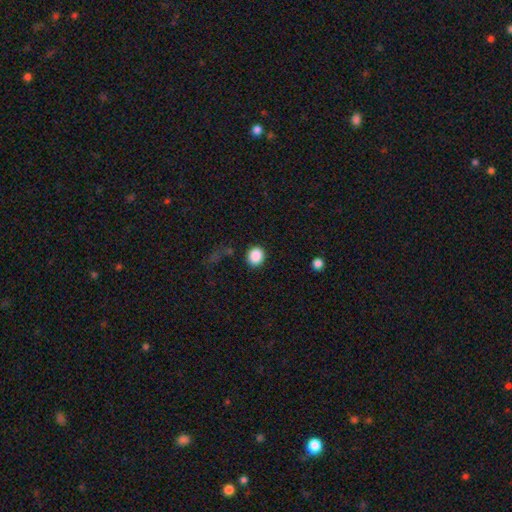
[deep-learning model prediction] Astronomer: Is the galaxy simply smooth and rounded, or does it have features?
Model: smooth — 88%.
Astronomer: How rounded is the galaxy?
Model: round — 75%.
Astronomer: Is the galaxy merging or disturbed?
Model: none — 86%.